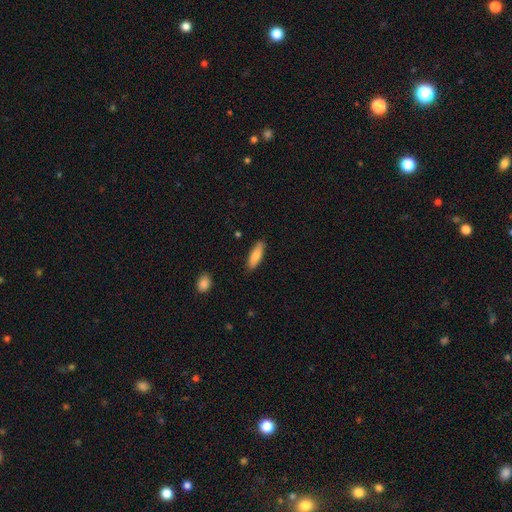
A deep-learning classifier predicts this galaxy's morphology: This is clearly a smooth galaxy (81%). How rounded: possibly cigar-shaped (52%). Merging: clearly none (87%).